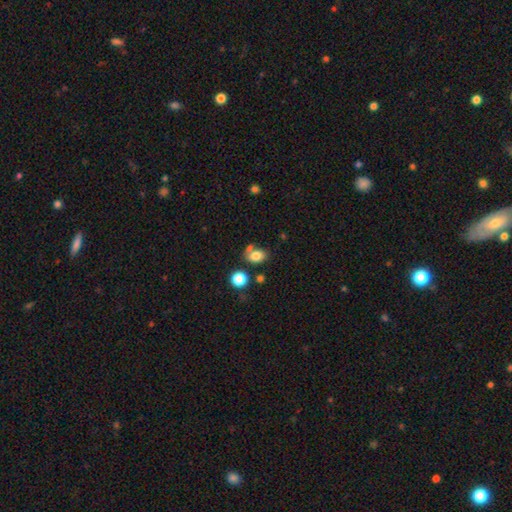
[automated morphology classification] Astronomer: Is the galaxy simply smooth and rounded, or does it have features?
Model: smooth — 80%.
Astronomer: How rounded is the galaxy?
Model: in between — 76%.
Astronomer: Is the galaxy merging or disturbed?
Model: none — 58%.